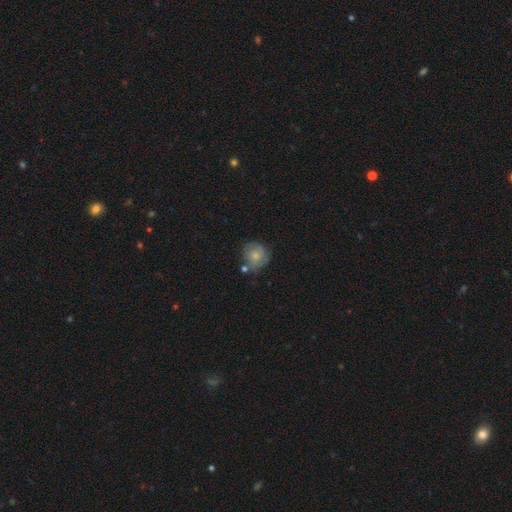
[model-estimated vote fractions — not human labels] A smooth galaxy with no disk features (60%) that is round (85%). Merging: none (62%).